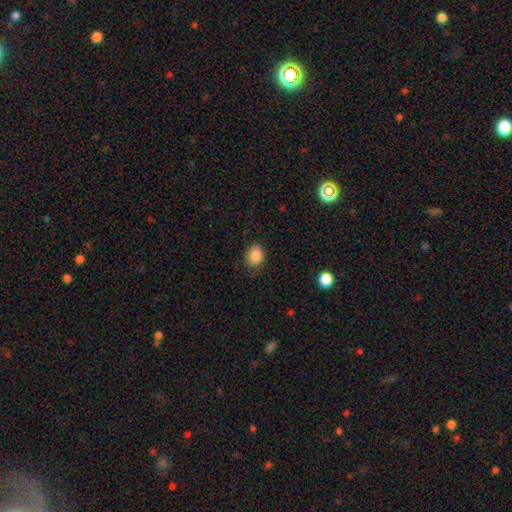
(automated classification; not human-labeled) This appears to be a smooth galaxy with no disk features (87%) that is in between round and cigar-shaped (56%). Merging: none (79%).